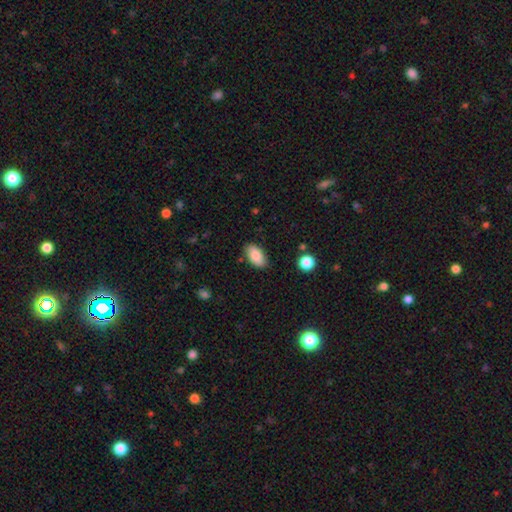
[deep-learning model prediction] A smooth galaxy with no disk features (88%) that is in between round and cigar-shaped (94%).

Vote fractions:
- Smooth or featured? smooth: 88% / star or artifact: 7% / featured or disk: 6%
- How rounded? in between: 94% / round: 3% / cigar-shaped: 3%
- Merging? none: 83% / minor disturbance: 13% / major disturbance: 3% / merger: 2%